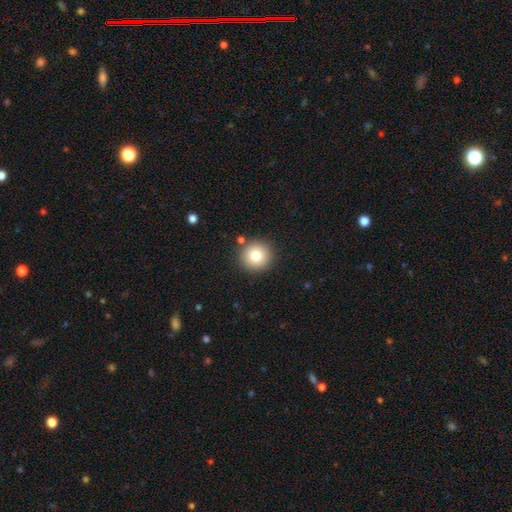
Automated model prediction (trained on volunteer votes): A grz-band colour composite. It shows a smooth galaxy with no disk features (80%) that is round (95%). Merging: none (87%).